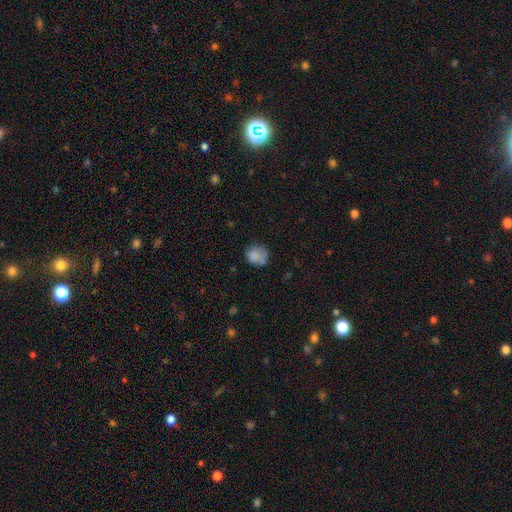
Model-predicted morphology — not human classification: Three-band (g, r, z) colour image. It shows a smooth galaxy with no disk features (77%) that is round (75%). Merging: none (52%).